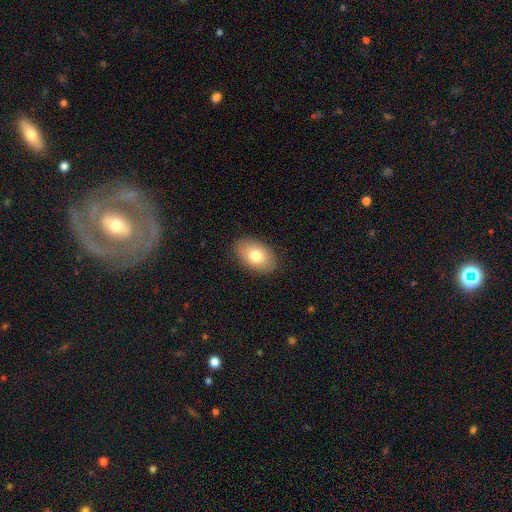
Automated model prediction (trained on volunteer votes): The model was most divided on "smooth or featured": smooth: 77%, featured or disk: 16%, star or artifact: 7%. More confident: how rounded — in between (90%); merging — none (87%).